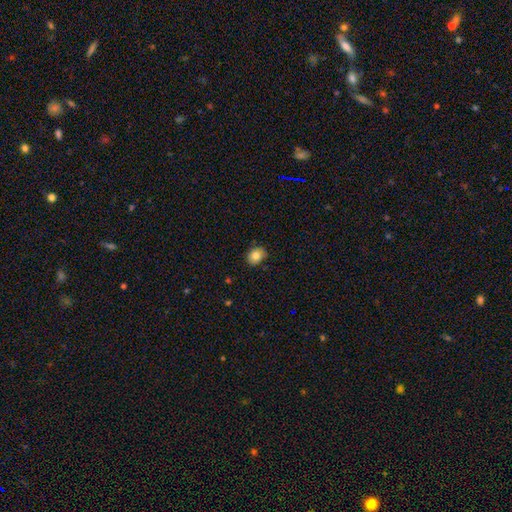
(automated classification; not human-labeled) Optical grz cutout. It shows a smooth galaxy with no disk features (82%) that is round (51%). Merging: none (84%).